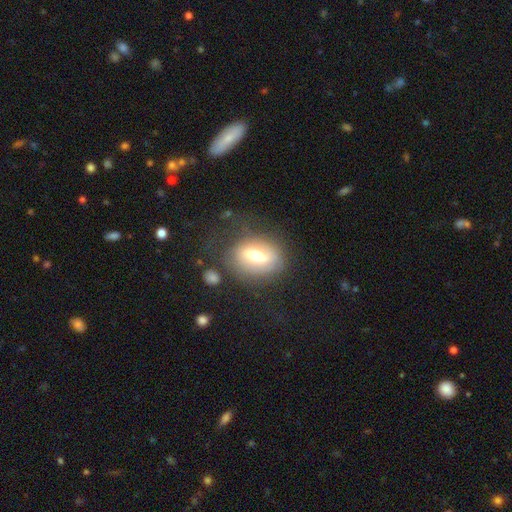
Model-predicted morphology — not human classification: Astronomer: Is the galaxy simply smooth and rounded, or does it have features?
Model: smooth — 50% (runner-up: featured or disk, 42%).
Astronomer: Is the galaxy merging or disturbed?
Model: none — 60%.